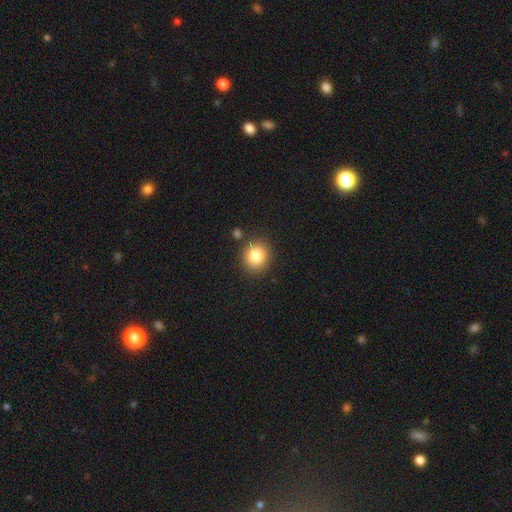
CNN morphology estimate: Smooth or featured? Predicted: smooth (p=0.83). How rounded? Predicted: round (p=0.83). Merging? Predicted: none (p=0.85).